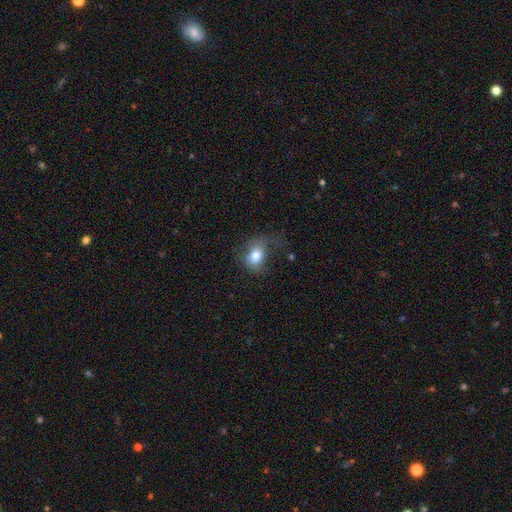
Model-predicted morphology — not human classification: smooth 74%, featured or disk 16%, star or artifact 9%. Down the decision tree: how rounded — in between (61%); merging — major disturbance (37%).